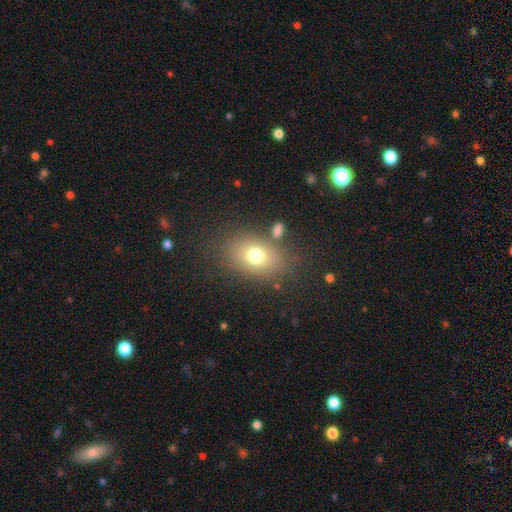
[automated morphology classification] smooth_or_featured: smooth (p=0.73) [alt: featured or disk p=0.14]
how_rounded: in between (p=0.73) [alt: round p=0.26]
merging: none (p=0.76) [alt: minor disturbance p=0.12]